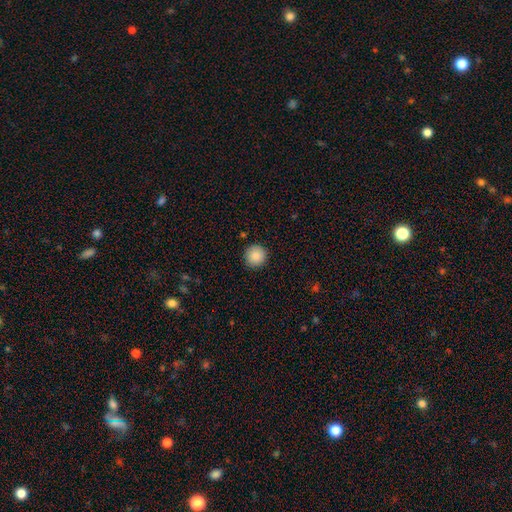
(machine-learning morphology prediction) type=smooth (88%); roundness=round (96%); merging=none (91%).